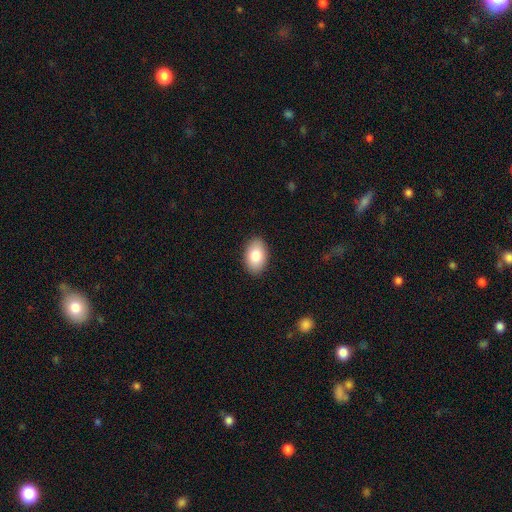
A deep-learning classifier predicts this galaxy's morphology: This appears to be a smooth galaxy with no disk features (83%) that is in between round and cigar-shaped (89%). Merging: none (90%).